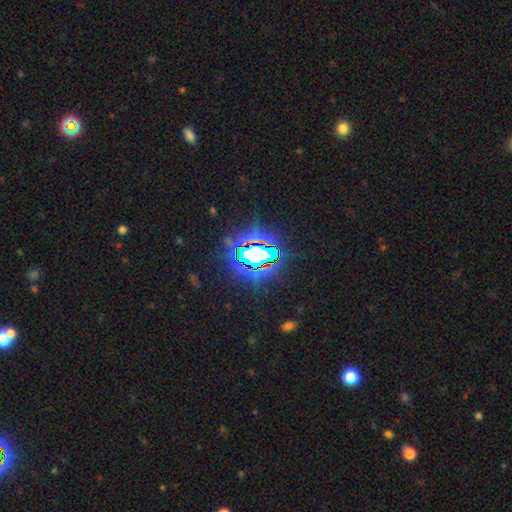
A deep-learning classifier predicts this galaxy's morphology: Smooth or featured: star or artifact — 75% (smooth — 13%)